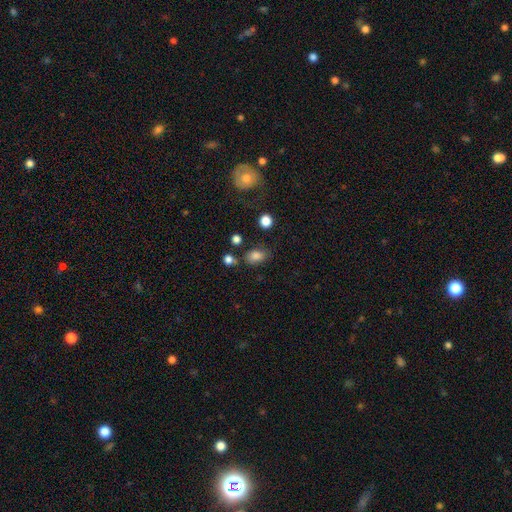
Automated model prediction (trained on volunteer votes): Smooth or featured: smooth — 82% (star or artifact — 11%)
How rounded: in between — 80% (round — 19%)
Merging: none — 70% (minor disturbance — 18%)